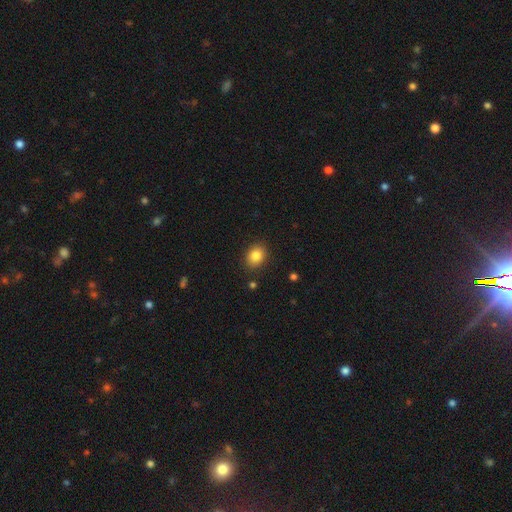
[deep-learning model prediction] Smooth or featured? smooth (85%)
How rounded? in between (54%)
Merging? none (87%)